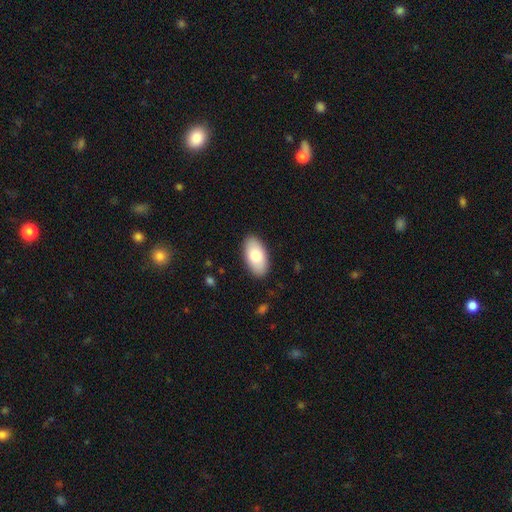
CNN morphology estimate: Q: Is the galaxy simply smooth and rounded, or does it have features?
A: smooth — 77%.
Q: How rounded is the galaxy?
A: in between — 95%.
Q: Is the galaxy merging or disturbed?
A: none — 88%.